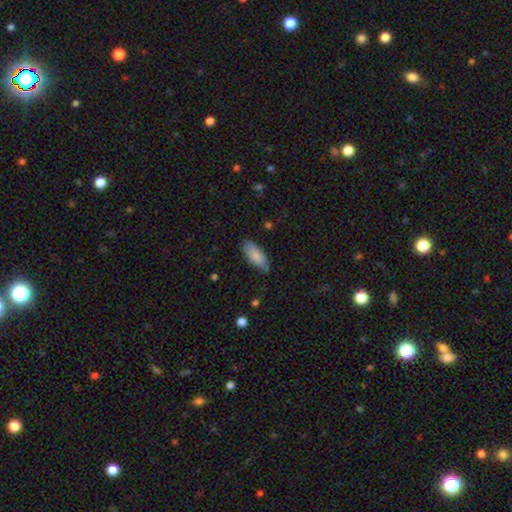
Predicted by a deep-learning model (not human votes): Smooth or featured? smooth (84%)
How rounded? in between (81%)
Merging? none (73%)